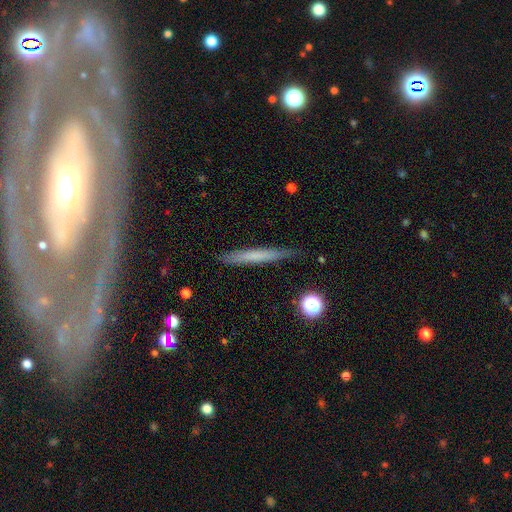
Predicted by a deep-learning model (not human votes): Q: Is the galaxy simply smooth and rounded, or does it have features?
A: smooth — 61%.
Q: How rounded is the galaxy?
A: cigar-shaped — 96%.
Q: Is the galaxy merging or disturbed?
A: none — 86%.